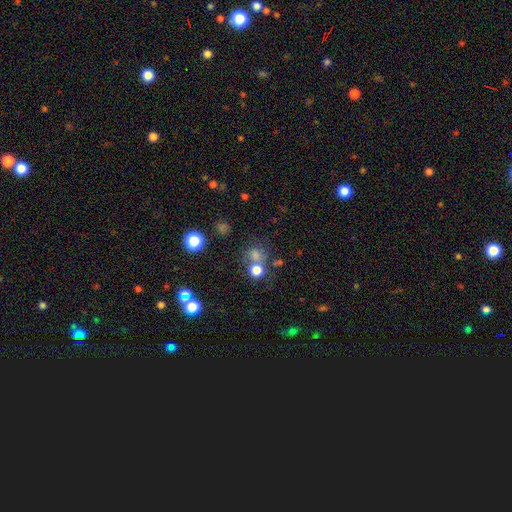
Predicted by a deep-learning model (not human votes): Smooth or featured: smooth — 63% (star or artifact — 27%)
How rounded: round — 84% (in between — 15%)
Merging: none — 59% (merger — 27%)